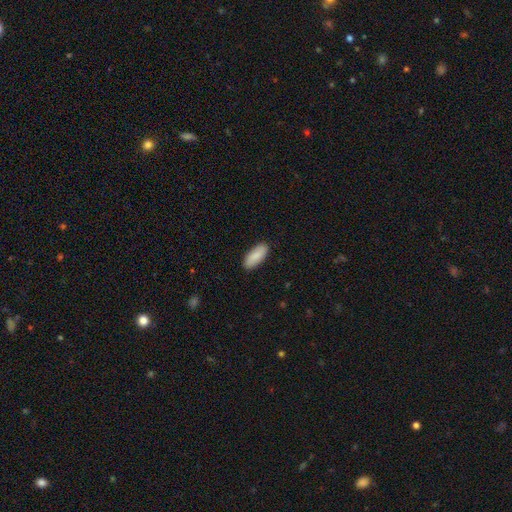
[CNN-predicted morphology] Overall: smooth (88%). How rounded: in between (80%). Merging: none (89%).